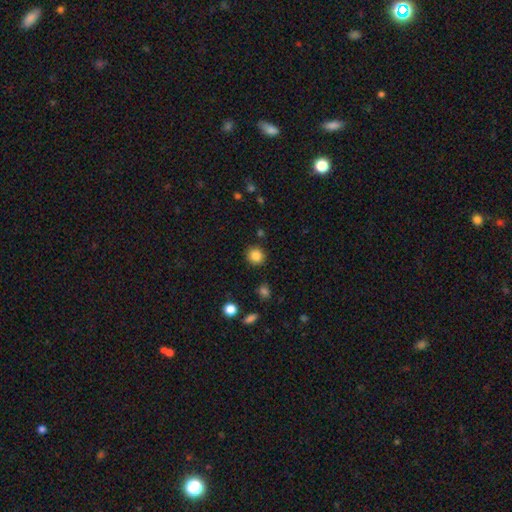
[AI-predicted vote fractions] This is clearly a smooth galaxy (84%). How rounded: clearly round (91%). Merging: clearly none (89%).